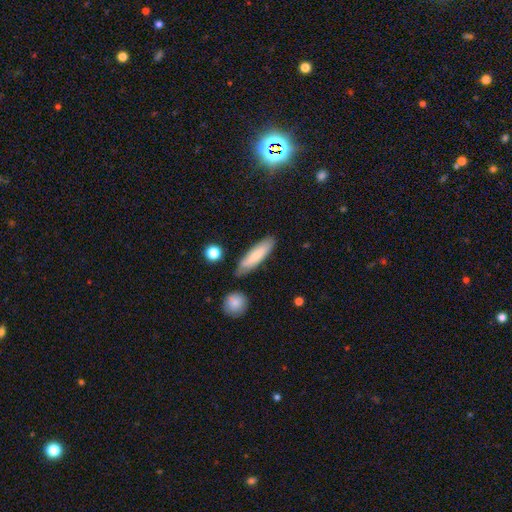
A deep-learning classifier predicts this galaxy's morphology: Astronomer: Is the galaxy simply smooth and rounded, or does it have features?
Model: smooth — 77%.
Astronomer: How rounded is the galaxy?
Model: cigar-shaped — 71%.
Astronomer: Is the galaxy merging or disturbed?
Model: none — 78%.